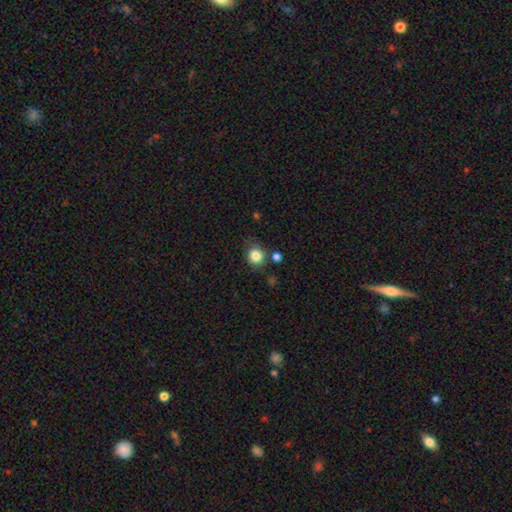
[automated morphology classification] Overall: smooth (84%). How rounded: round (86%). Merging: none (77%).